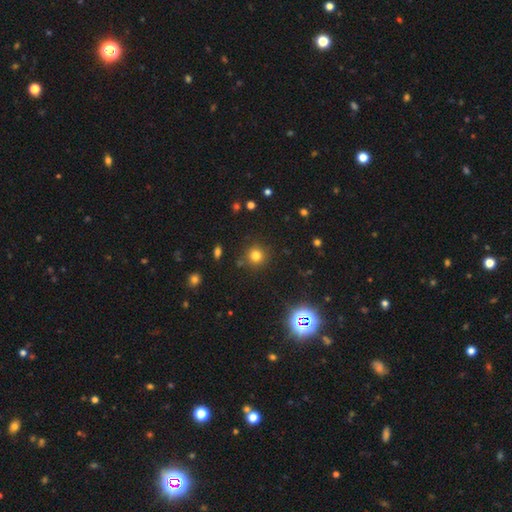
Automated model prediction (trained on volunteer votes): Q: Smooth or featured?
A: smooth (74%); runner-up: star or artifact (19%)
Q: How rounded?
A: round (92%); runner-up: in between (7%)
Q: Merging?
A: none (85%); runner-up: minor disturbance (8%)